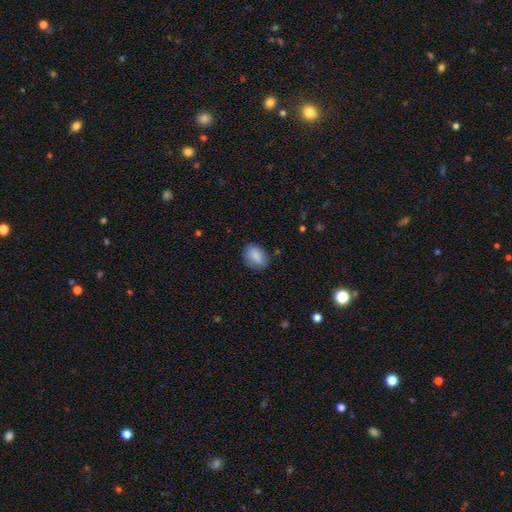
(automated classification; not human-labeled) smooth 86%, featured or disk 7%, star or artifact 7%. Down the decision tree: how rounded — in between (84%); merging — none (80%).